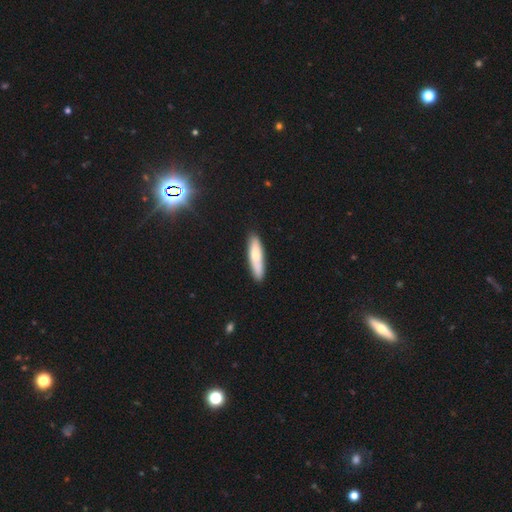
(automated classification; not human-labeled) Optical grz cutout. It shows a smooth galaxy with no disk features (71%) that is cigar-shaped (76%). Merging: none (85%).